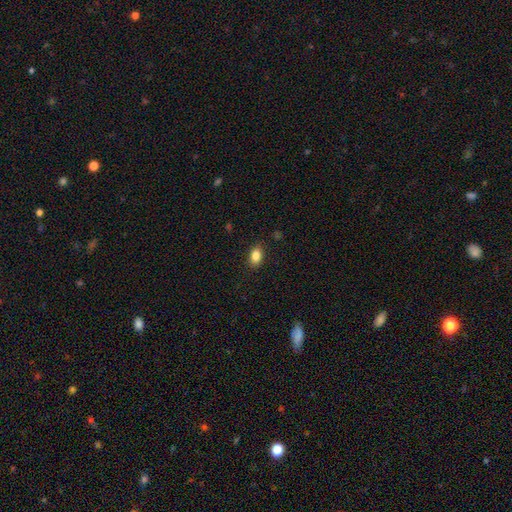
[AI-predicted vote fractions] The model was most divided on "how rounded": in between: 84%, round: 14%, cigar-shaped: 2%. More confident: merging — none (87%); smooth or featured — smooth (85%).